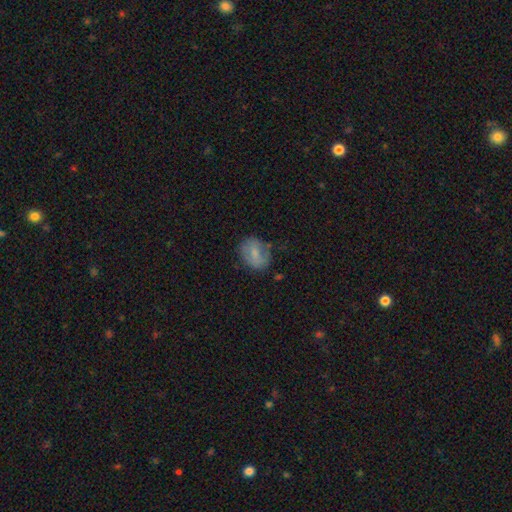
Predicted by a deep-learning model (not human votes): Smooth or featured? Predicted: smooth (p=0.63). How rounded? Predicted: in between (p=0.61). Merging? Predicted: none (p=0.63).